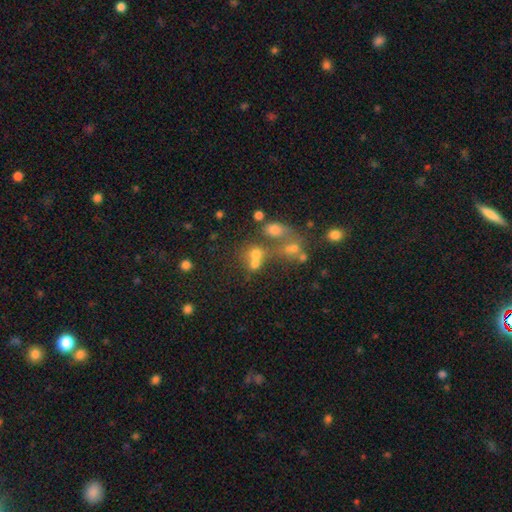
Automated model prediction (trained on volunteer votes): Smooth or featured?
  - smooth: 55% *
  - star or artifact: 25%
  - featured or disk: 20%
How rounded?
  - round: 70% *
  - in between: 28%
  - cigar-shaped: 2%
Merging?
  - merger: 43% *
  - none: 39%
  - minor disturbance: 9%
  - major disturbance: 8%